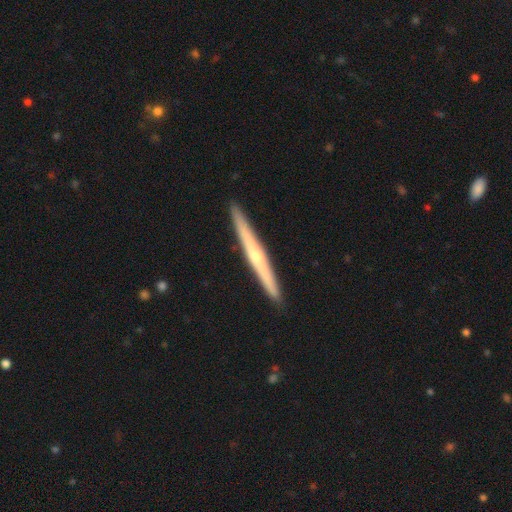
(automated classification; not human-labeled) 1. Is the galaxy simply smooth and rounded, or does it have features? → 65% featured or disk, 30% smooth, 5% star or artifact.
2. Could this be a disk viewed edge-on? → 97% yes, 3% no.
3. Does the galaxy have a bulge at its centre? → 69% rounded, 28% none, 3% boxy.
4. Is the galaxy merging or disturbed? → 92% none, 6% minor disturbance, 1% major disturbance, 1% merger.